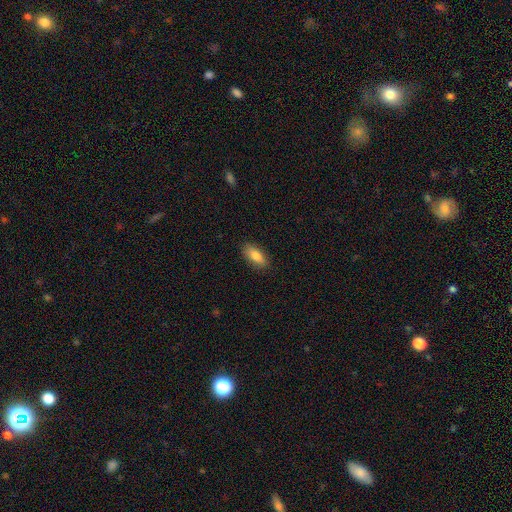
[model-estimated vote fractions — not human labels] Smooth or featured?
  - smooth: 81% *
  - featured or disk: 12%
  - star or artifact: 7%
How rounded?
  - in between: 79% *
  - cigar-shaped: 18%
  - round: 3%
Merging?
  - none: 88% *
  - minor disturbance: 9%
  - major disturbance: 2%
  - merger: 1%